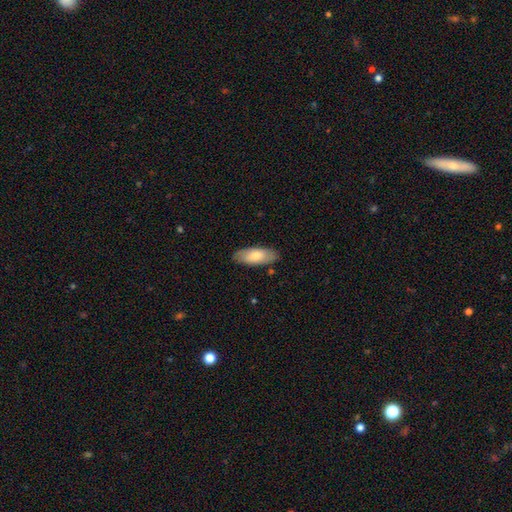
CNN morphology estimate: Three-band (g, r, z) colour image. It shows a smooth galaxy with no disk features (75%) that is in between round and cigar-shaped (80%). Merging: none (84%).